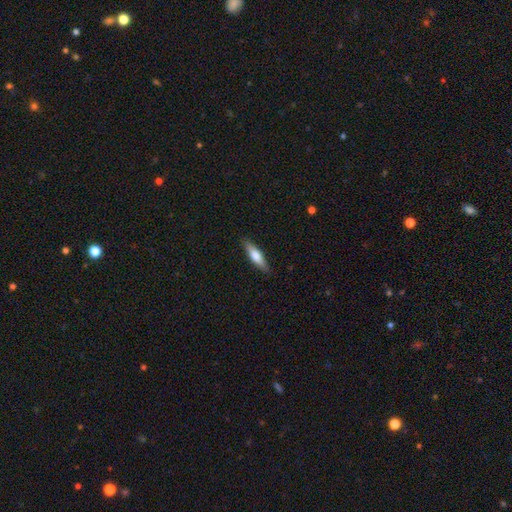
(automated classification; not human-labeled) Overall: smooth (61%; featured or disk 33%). How rounded: cigar-shaped (71%). Merging: none (88%).